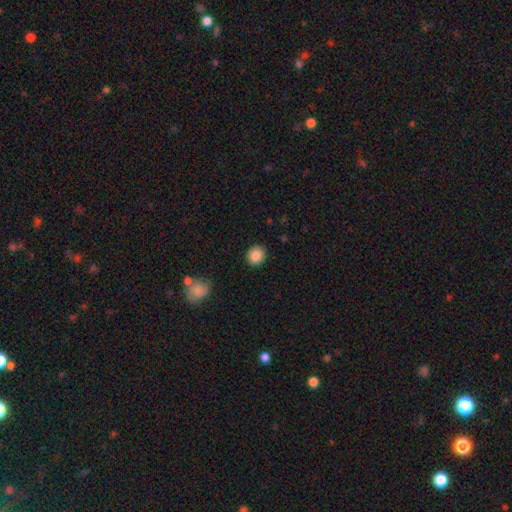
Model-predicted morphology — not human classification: Overall: smooth (86%). How rounded: round (84%). Merging: none (90%).